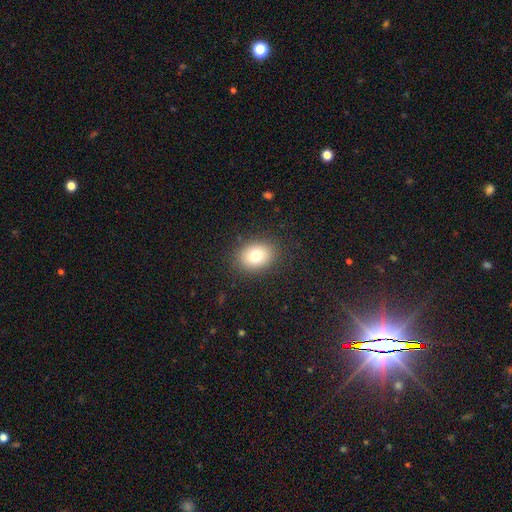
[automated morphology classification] This appears to be a smooth galaxy with no disk features (77%) that is in between round and cigar-shaped (57%). Merging: none (87%).